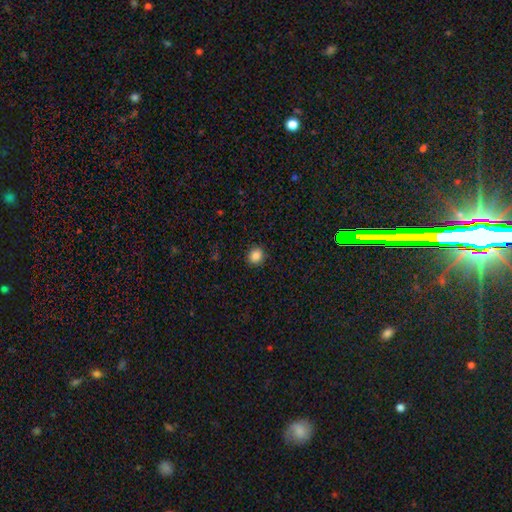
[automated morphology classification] type=smooth (86%); roundness=round (77%); merging=none (90%).